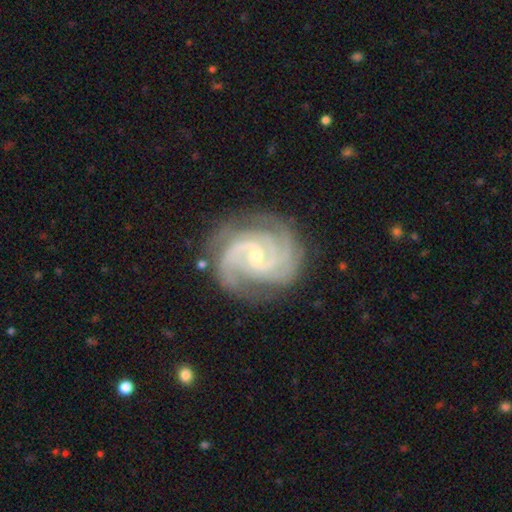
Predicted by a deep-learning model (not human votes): Smooth or featured?
  - featured or disk: 92% *
  - star or artifact: 5%
  - smooth: 3%
Edge-on disk?
  - no: 98% *
  - yes: 2%
Bar?
  - no: 48% *
  - weak: 40%
  - strong: 11%
Spiral arms?
  - yes: 98% *
  - no: 2%
Spiral winding?
  - tight: 55% *
  - medium: 39%
  - loose: 6%
Spiral arm count?
  - 3: 36% *
  - 2: 31%
  - 4: 12%
  - can't tell: 11%
  - more than 4: 6%
  - 1: 5%
Bulge size?
  - small: 72% *
  - moderate: 24%
  - none: 1%
  - large: 1%
  - dominant: 1%
Merging?
  - none: 77% *
  - minor disturbance: 16%
  - major disturbance: 5%
  - merger: 1%